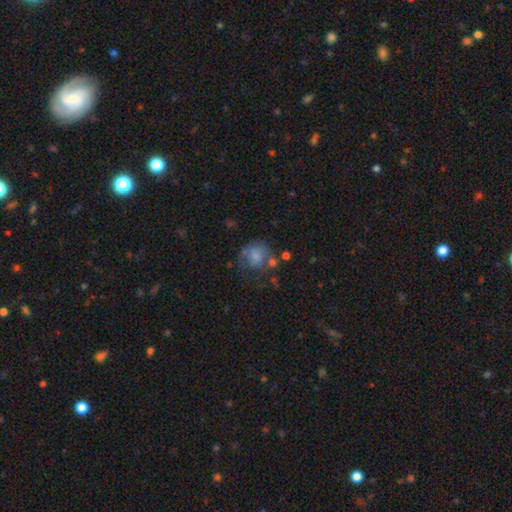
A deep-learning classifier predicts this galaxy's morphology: Q: Smooth or featured?
A: smooth (62%); runner-up: featured or disk (26%)
Q: How rounded?
A: round (69%); runner-up: in between (30%)
Q: Merging?
A: none (39%); runner-up: major disturbance (26%)